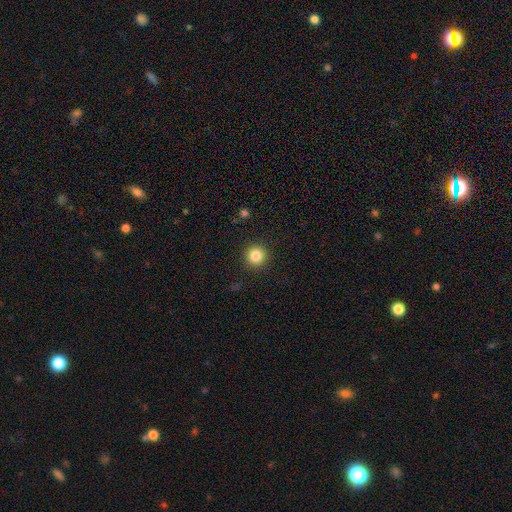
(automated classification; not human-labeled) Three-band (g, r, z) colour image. It shows a smooth galaxy with no disk features (85%) that is round (95%). Merging: none (91%).